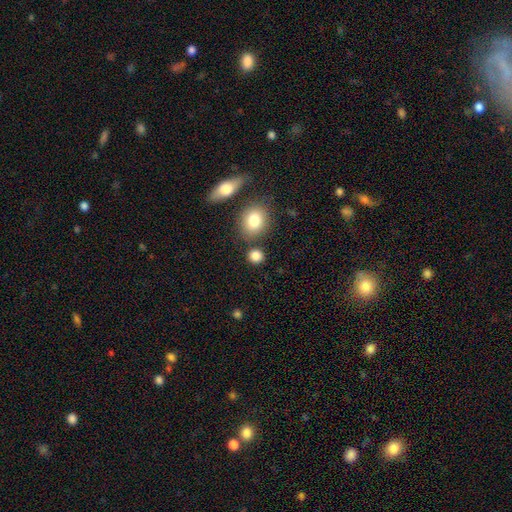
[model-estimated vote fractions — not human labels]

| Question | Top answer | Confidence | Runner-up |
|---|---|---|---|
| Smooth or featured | smooth | 85% | star or artifact (10%) |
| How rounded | round | 80% | in between (19%) |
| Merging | none | 77% | merger (10%) |